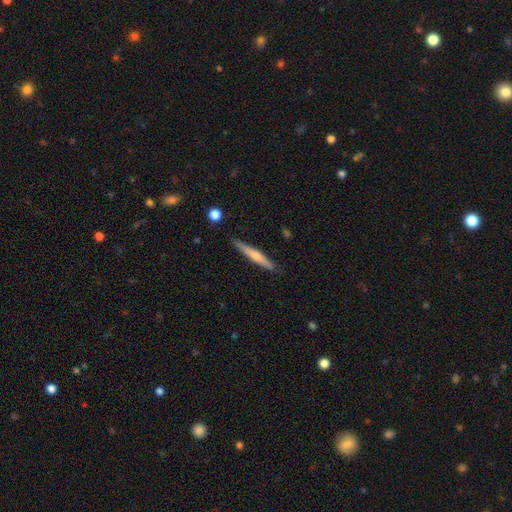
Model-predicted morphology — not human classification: A featured or disk galaxy (55%) viewed edge-on (97%) with a rounded central bulge (71%). Merging: none (90%).